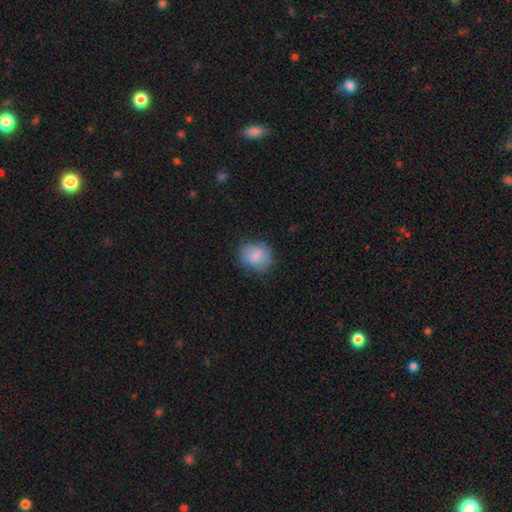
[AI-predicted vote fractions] smooth 81%, featured or disk 12%, star or artifact 7%. Down the decision tree: how rounded — round (66%); merging — none (73%).